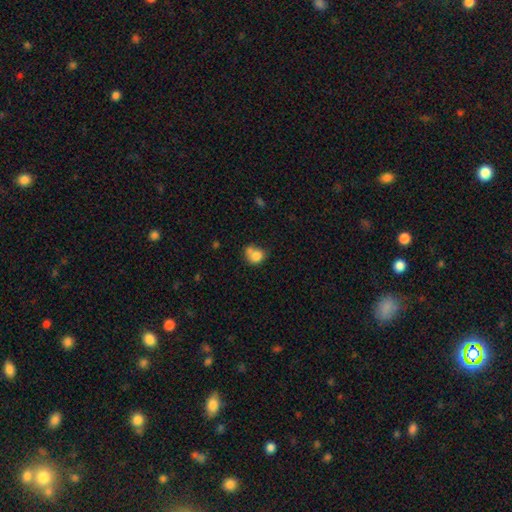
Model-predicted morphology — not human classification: A smooth galaxy with no disk features (79%) that is round (62%). Merging: merger (37%).